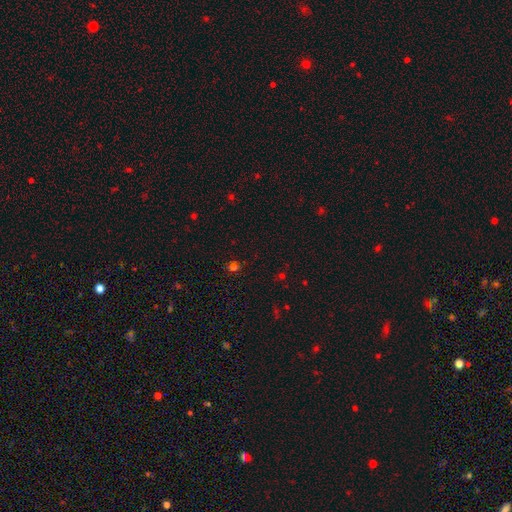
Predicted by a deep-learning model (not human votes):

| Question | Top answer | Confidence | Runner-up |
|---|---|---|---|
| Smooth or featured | star or artifact | 48% | smooth (46%) |